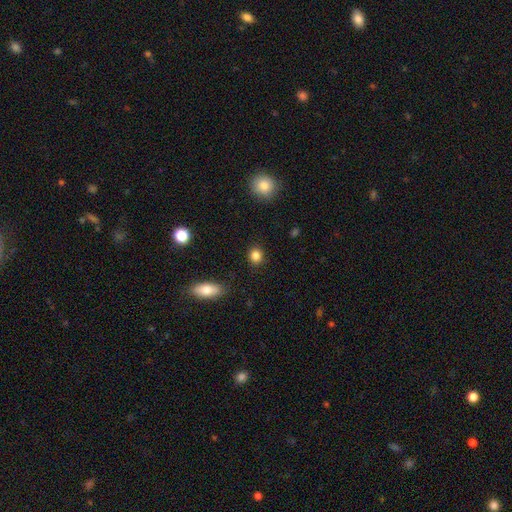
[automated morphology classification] smooth 85%, star or artifact 10%, featured or disk 5%. Down the decision tree: how rounded — round (73%); merging — none (89%).